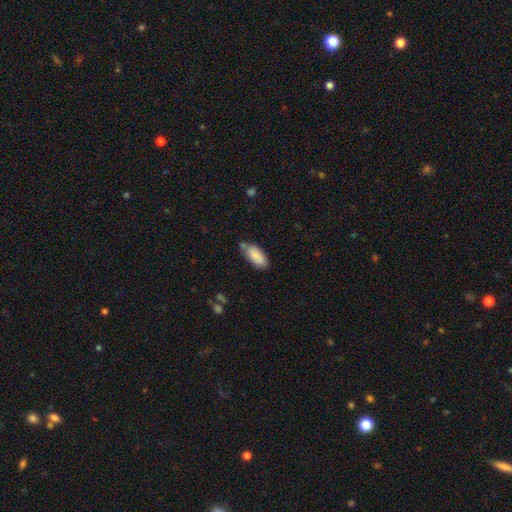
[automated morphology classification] Q: Smooth or featured?
A: smooth (87%); runner-up: featured or disk (6%)
Q: How rounded?
A: in between (83%); runner-up: cigar-shaped (15%)
Q: Merging?
A: none (62%); runner-up: minor disturbance (24%)